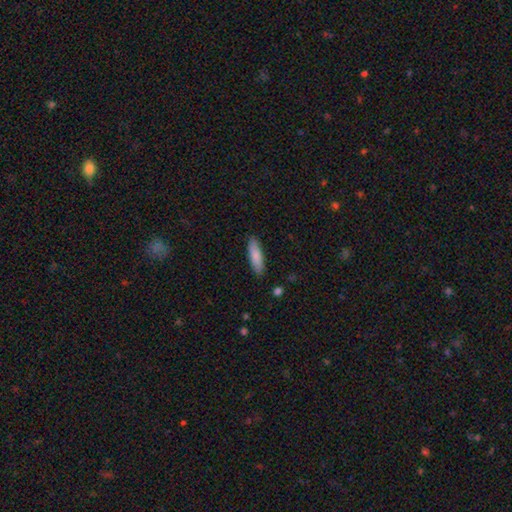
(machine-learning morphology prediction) Smooth or featured? Predicted: smooth (p=0.83). How rounded? Predicted: cigar-shaped (p=0.56). Merging? Predicted: none (p=0.89).